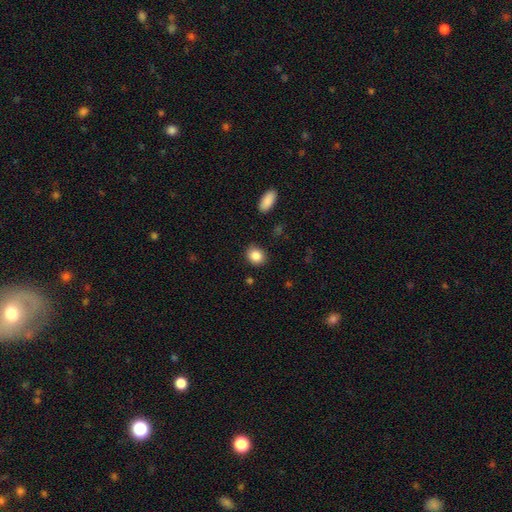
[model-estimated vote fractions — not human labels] smooth_or_featured: smooth (p=0.86) [alt: star or artifact p=0.09]
how_rounded: round (p=0.70) [alt: in between p=0.29]
merging: none (p=0.86) [alt: minor disturbance p=0.10]